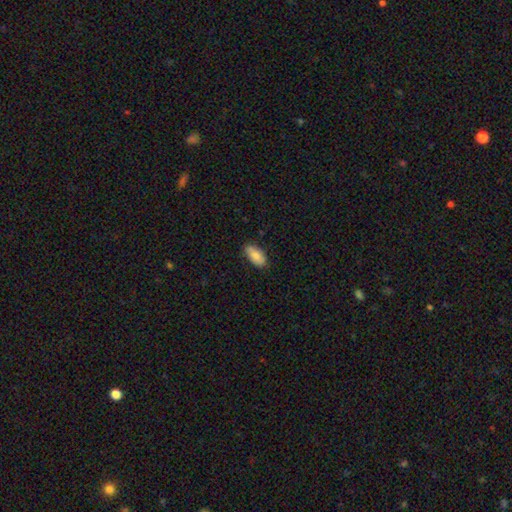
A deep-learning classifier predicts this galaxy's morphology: smooth-or-featured: smooth: 81% | featured or disk: 13% | star or artifact: 6%
  how-rounded: in between: 93% | cigar-shaped: 5% | round: 3%
  merging: none: 81% | minor disturbance: 16% | major disturbance: 2% | merger: 1%